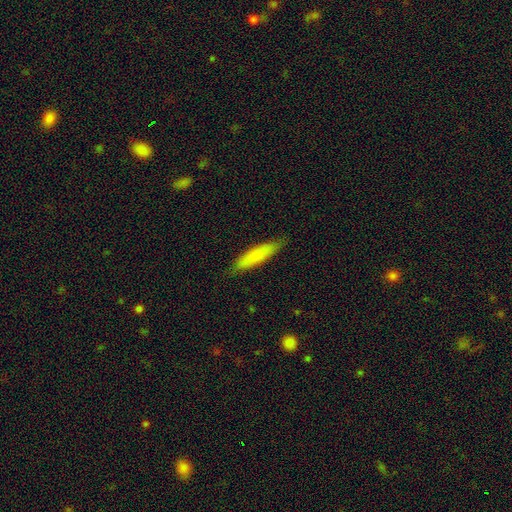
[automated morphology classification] This appears to be a smooth galaxy with no disk features (79%) that is cigar-shaped (82%). Merging: none (86%).